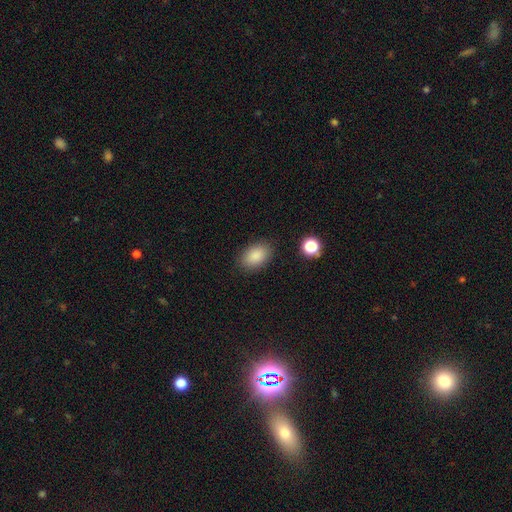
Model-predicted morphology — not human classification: type=smooth (87%); roundness=in between (88%); merging=none (86%).